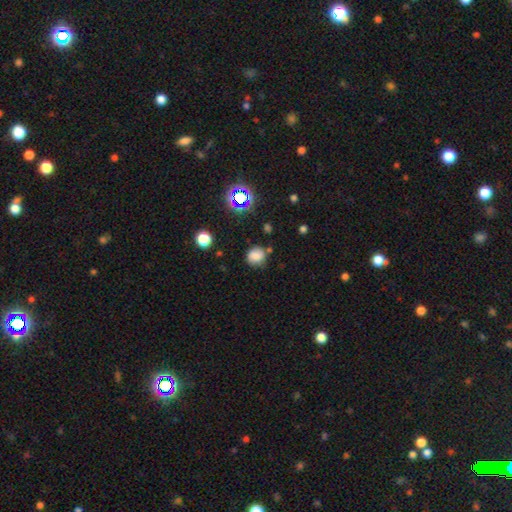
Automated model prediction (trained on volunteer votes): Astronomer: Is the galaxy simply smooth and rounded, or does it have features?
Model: smooth — 74%.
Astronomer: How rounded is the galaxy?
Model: round — 78%.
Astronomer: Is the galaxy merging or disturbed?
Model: none — 70%.